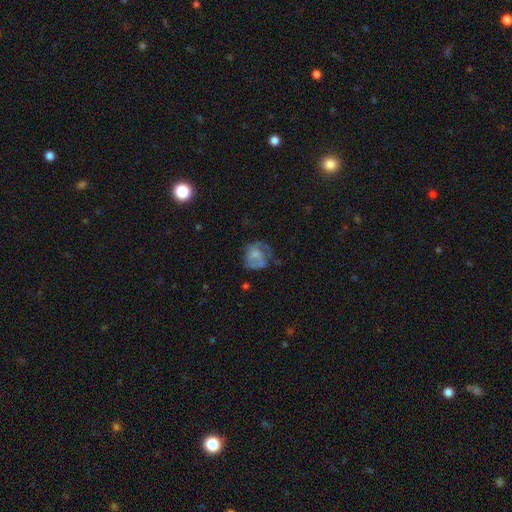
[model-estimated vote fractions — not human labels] Smooth or featured? featured or disk (51%)
Edge-on disk? no (98%)
Merging? none (45%)